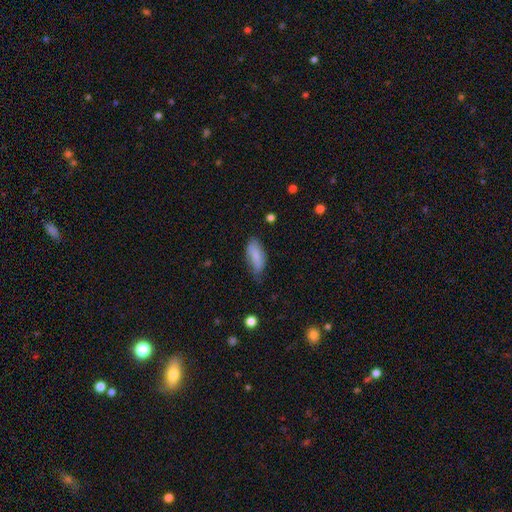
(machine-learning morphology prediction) smooth-or-featured: smooth: 79% | featured or disk: 14% | star or artifact: 7%
  how-rounded: in between: 83% | cigar-shaped: 15% | round: 2%
  merging: none: 55% | minor disturbance: 35% | major disturbance: 8% | merger: 2%